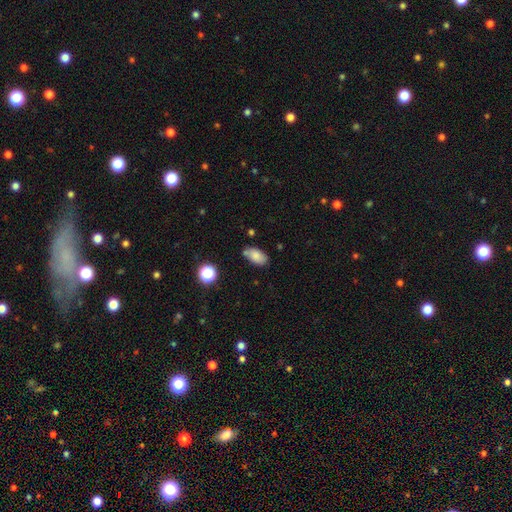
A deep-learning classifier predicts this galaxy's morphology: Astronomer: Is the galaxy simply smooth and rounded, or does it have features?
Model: smooth — 81%.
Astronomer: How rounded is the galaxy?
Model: in between — 92%.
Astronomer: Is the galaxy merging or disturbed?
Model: none — 69%.